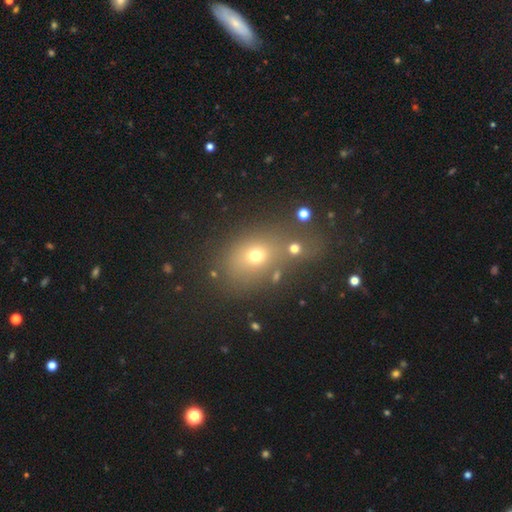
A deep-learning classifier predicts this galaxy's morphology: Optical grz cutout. It shows a smooth galaxy with no disk features (65%) that is in between round and cigar-shaped (51%). Merging: none (57%).